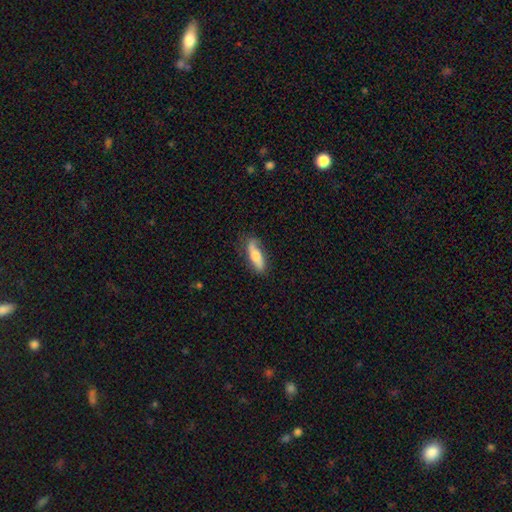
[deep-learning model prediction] smooth 60%, featured or disk 34%, star or artifact 6%. Down the decision tree: how rounded — cigar-shaped (50%); merging — none (74%).